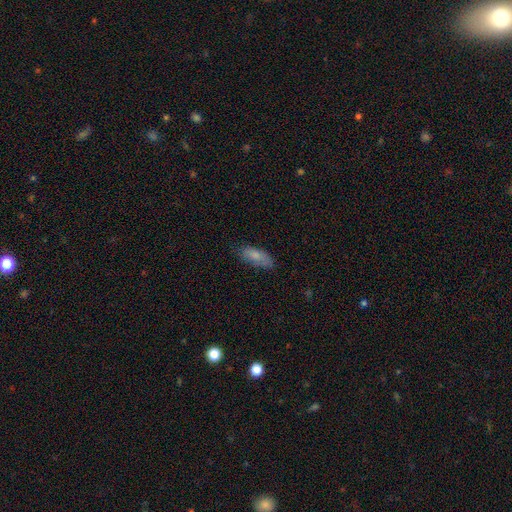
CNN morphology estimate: Smooth or featured? smooth (81%)
How rounded? in between (76%)
Merging? none (70%)